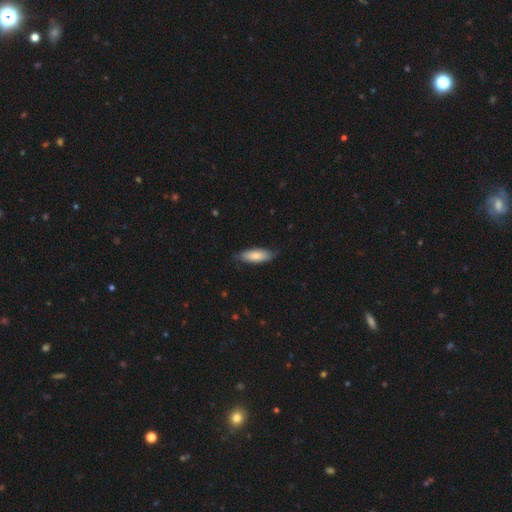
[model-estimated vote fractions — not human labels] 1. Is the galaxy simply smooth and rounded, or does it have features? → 77% smooth, 18% featured or disk, 5% star or artifact.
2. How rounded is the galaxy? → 62% in between, 36% cigar-shaped, 2% round.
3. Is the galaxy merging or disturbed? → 75% none, 21% minor disturbance, 3% major disturbance, 1% merger.